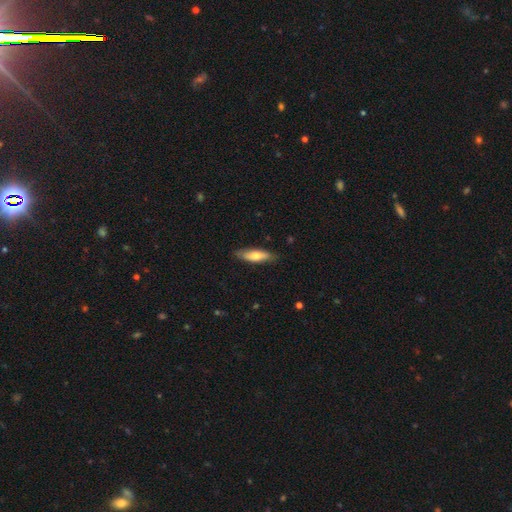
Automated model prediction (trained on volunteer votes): Q: Smooth or featured?
A: smooth (68%); runner-up: featured or disk (27%)
Q: How rounded?
A: cigar-shaped (50%); runner-up: in between (48%)
Q: Merging?
A: none (83%); runner-up: minor disturbance (14%)